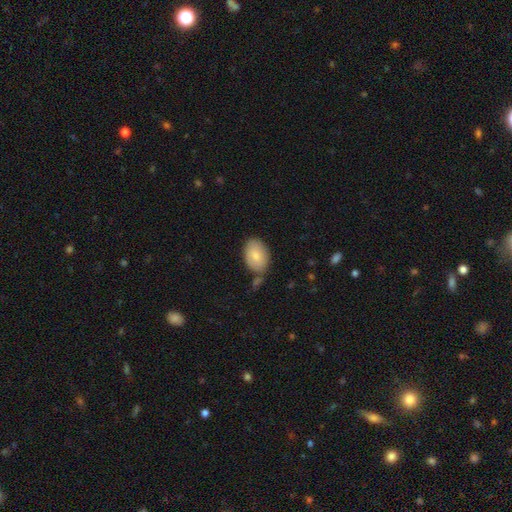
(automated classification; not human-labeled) A smooth galaxy with no disk features (80%) that is in between round and cigar-shaped (88%). Merging: none (70%).